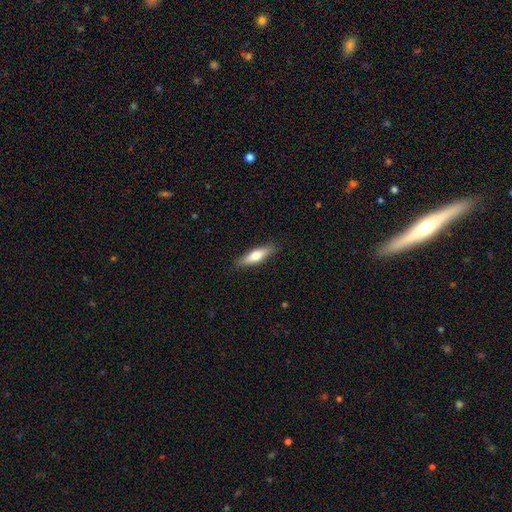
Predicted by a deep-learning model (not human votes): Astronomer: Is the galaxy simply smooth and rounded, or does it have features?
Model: smooth — 62%.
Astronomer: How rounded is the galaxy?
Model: cigar-shaped — 64%.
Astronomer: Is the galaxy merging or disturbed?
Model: none — 87%.